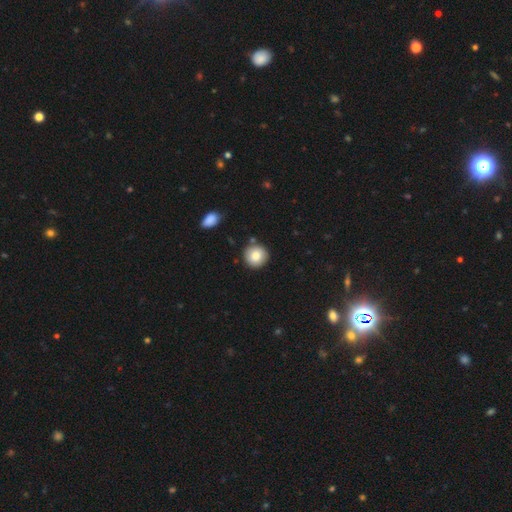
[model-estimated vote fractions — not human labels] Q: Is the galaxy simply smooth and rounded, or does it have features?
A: smooth — 83%.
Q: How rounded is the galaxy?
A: round — 94%.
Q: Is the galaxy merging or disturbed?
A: none — 85%.